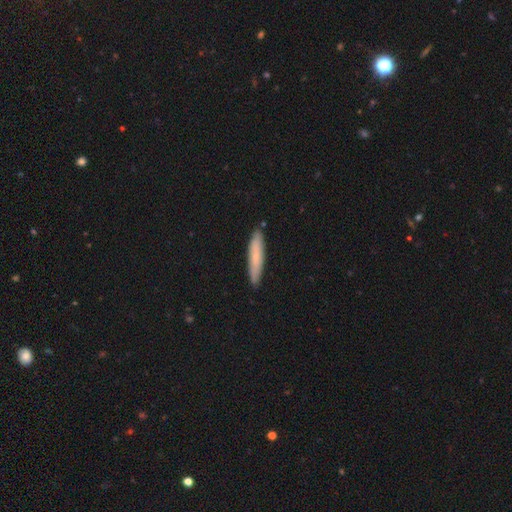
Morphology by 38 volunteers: Smooth or featured? 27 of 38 (71%) said smooth. How rounded? 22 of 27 (81%) said cigar-shaped. Merging? 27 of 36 (75%) said none.